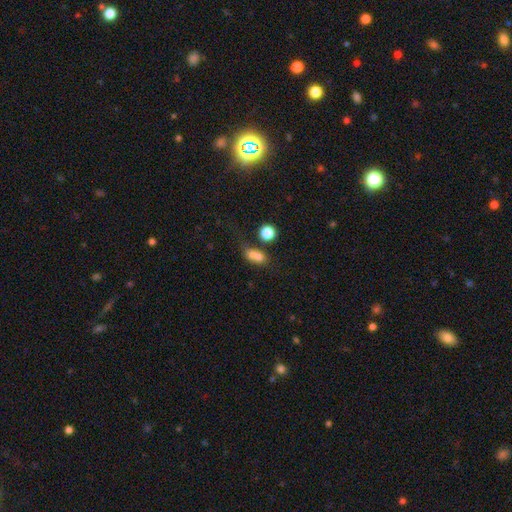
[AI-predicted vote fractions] smooth-or-featured: smooth: 72% | featured or disk: 15% | star or artifact: 13%
  how-rounded: in between: 51% | round: 45% | cigar-shaped: 4%
  merging: merger: 53% | none: 29% | minor disturbance: 10% | major disturbance: 7%